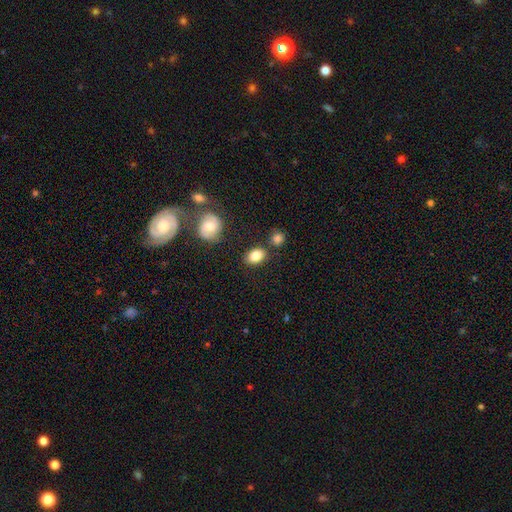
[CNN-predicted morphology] A smooth galaxy with no disk features (84%) that is in between round and cigar-shaped (78%).

Vote fractions:
- Smooth or featured? smooth: 84% / featured or disk: 8% / star or artifact: 8%
- How rounded? in between: 78% / round: 20% / cigar-shaped: 1%
- Merging? none: 77% / minor disturbance: 12% / merger: 8% / major disturbance: 3%